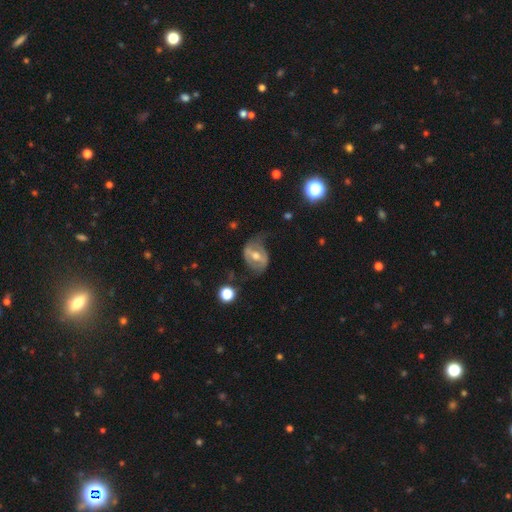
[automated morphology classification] smooth-or-featured: featured or disk: 65% | smooth: 28% | star or artifact: 7%
  disk-edge-on: no: 92% | yes: 8%
    bar: strong: 50% | weak: 33% | no: 17%
    has-spiral-arms: yes: 55% | no: 45%
    bulge-size: moderate: 71% | small: 18% | large: 8% | none: 2% | dominant: 1%
  merging: none: 53% | minor disturbance: 26% | major disturbance: 19% | merger: 2%